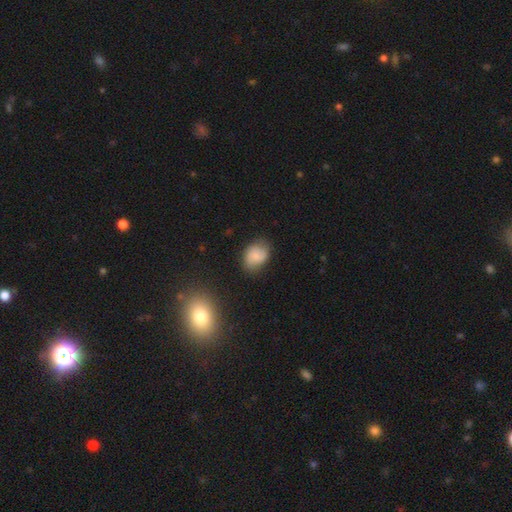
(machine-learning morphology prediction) Smooth or featured? smooth (73%)
How rounded? in between (65%)
Merging? none (70%)